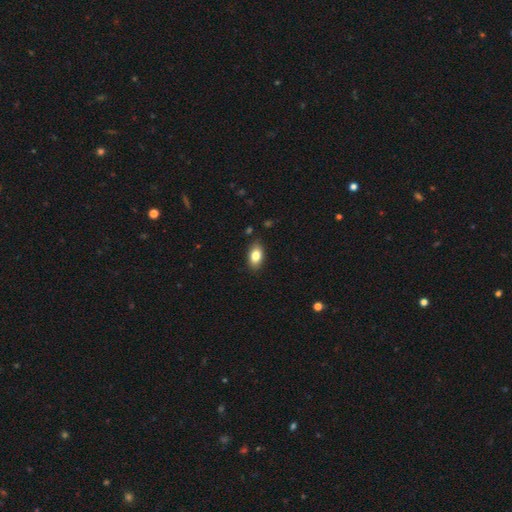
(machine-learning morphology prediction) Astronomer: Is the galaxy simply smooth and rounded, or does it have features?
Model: smooth — 81%.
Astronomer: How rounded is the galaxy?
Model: in between — 89%.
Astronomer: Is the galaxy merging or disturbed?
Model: none — 86%.